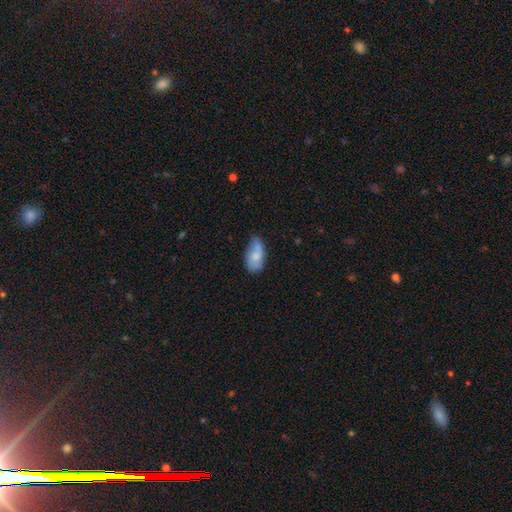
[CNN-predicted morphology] This is likely a smooth galaxy (68%). How rounded: clearly in between (92%). Merging: marginally none (38%).